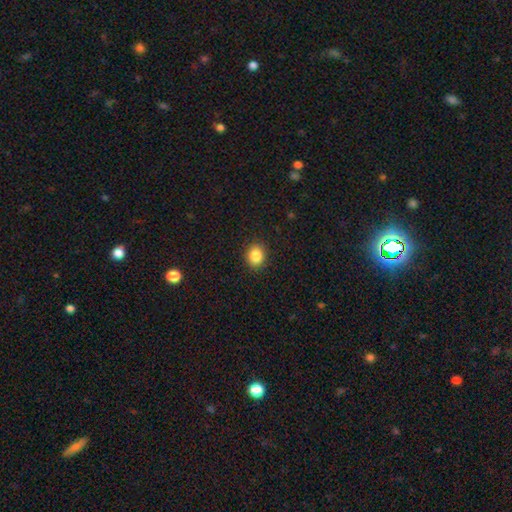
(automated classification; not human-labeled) This appears to be a smooth galaxy with no disk features (85%) that is round (60%). Merging: none (90%).